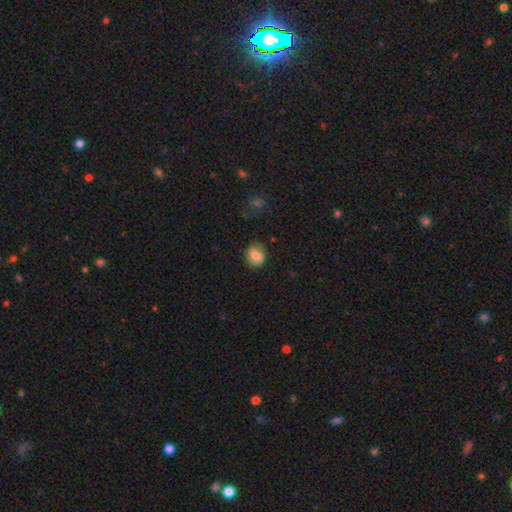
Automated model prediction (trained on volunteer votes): Morphology: type=smooth (71%); roundness=round (62%); merging=none (77%).